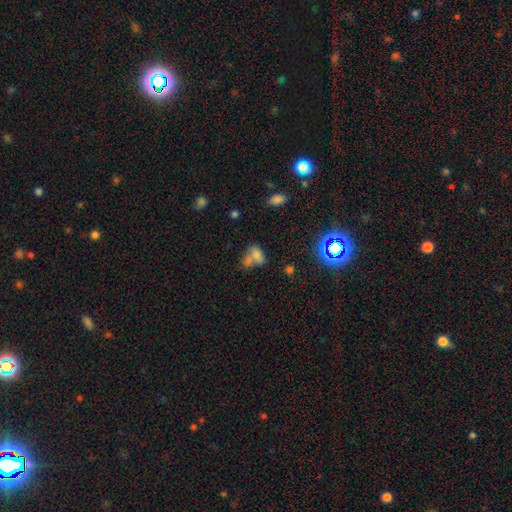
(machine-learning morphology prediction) This is likely a smooth galaxy (68%). How rounded: clearly in between (82%). Merging: possibly merger (52%).